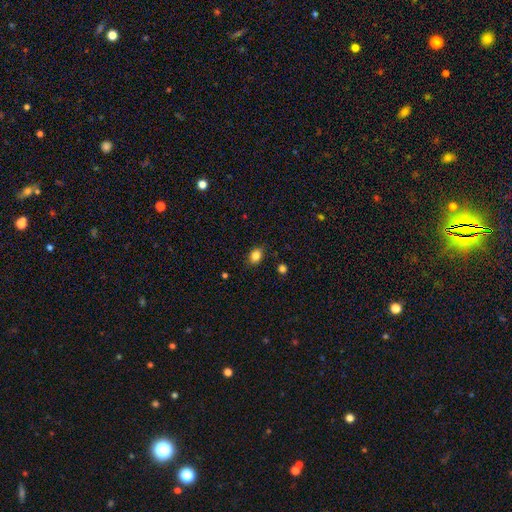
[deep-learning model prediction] smooth-or-featured: smooth: 83% | star or artifact: 10% | featured or disk: 6%
  how-rounded: in between: 67% | round: 32% | cigar-shaped: 1%
  merging: none: 85% | minor disturbance: 11% | major disturbance: 2% | merger: 1%